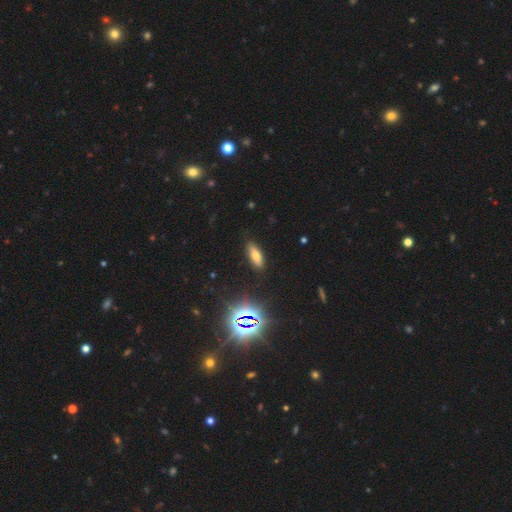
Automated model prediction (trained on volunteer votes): Overall: smooth (65%). How rounded: in between (64%; cigar-shaped 33%). Merging: none (87%).